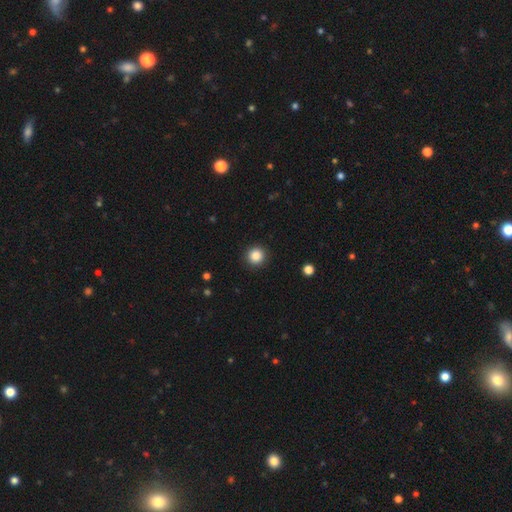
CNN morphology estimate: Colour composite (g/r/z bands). It shows a smooth galaxy with no disk features (86%) that is round (95%). Merging: none (92%).